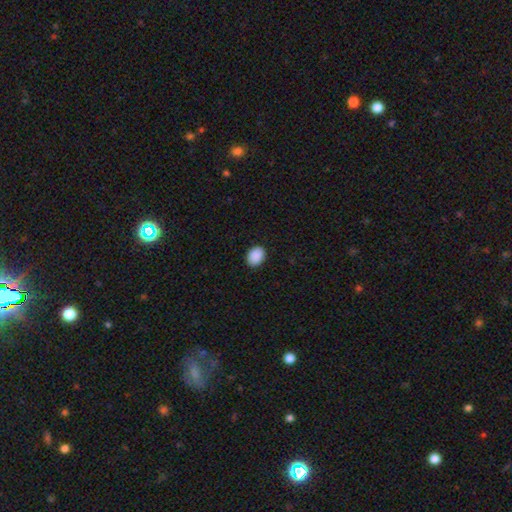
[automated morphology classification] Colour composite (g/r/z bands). It shows a smooth galaxy with no disk features (90%) that is in between round and cigar-shaped (66%). Merging: none (90%).